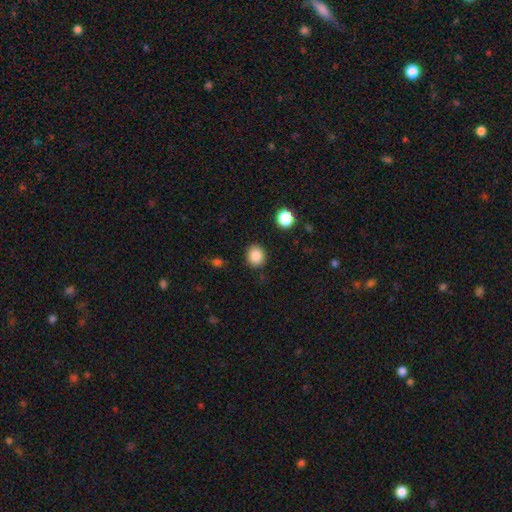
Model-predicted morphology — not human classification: The model was most divided on "how rounded": round: 78%, in between: 21%, cigar-shaped: 1%. More confident: merging — none (87%); smooth or featured — smooth (85%).